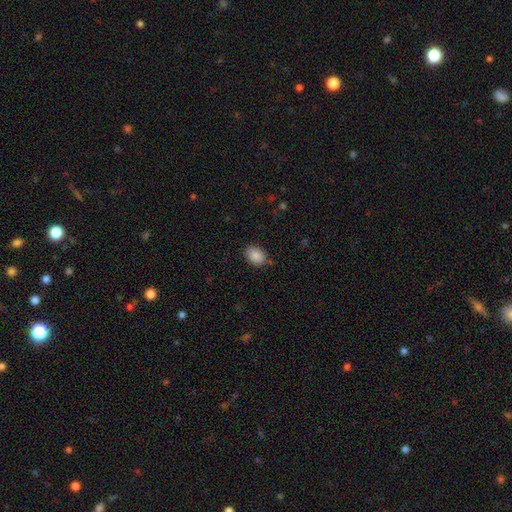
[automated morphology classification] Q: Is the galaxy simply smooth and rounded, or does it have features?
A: smooth — 88%.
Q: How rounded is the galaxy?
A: in between — 75%.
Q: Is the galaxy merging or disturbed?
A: none — 84%.